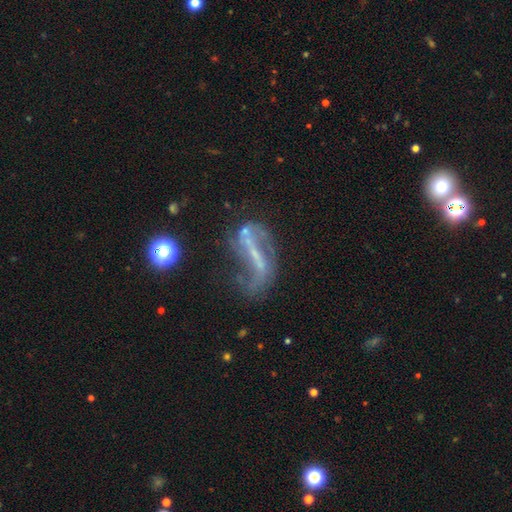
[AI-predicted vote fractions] The model was most divided on "bulge size": none: 45%, small: 42%, moderate: 10%, large: 2%, dominant: 1%. Remaining: edge-on disk — no (88%); smooth or featured — featured or disk (73%); spiral arms — yes (63%); bar — strong (52%); merging — none (37%).